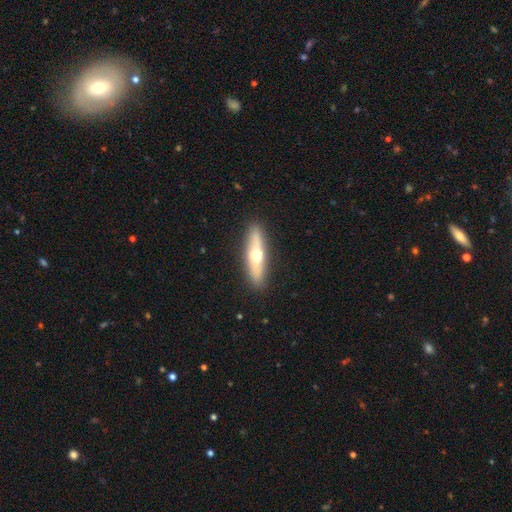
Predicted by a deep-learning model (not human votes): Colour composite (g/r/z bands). It shows a featured or disk galaxy (47%, tied with smooth). Merging: none (88%).